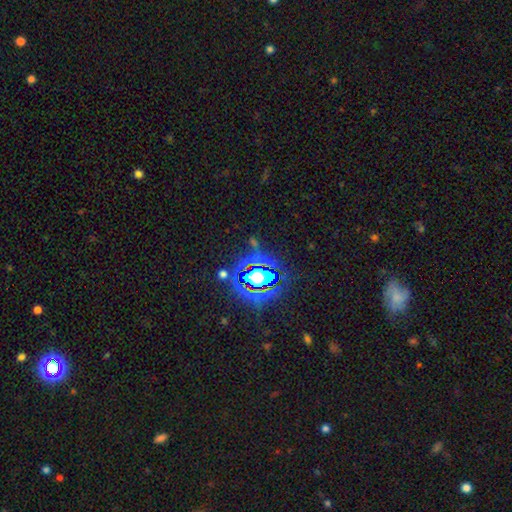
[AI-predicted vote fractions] Smooth or featured?
  - star or artifact: 78% *
  - smooth: 13%
  - featured or disk: 9%